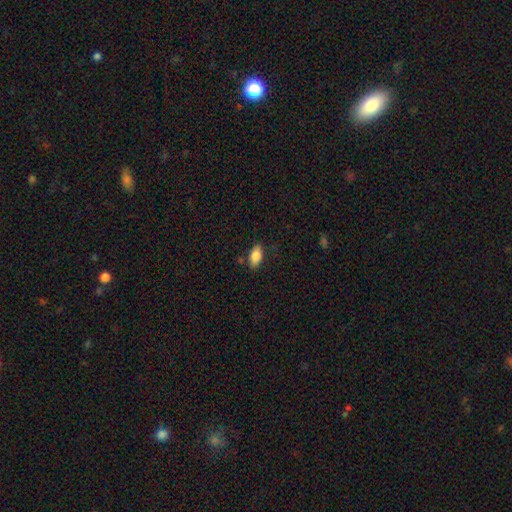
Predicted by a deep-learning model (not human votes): This appears to be a smooth galaxy with no disk features (81%) that is in between round and cigar-shaped (89%). Merging: none (82%).